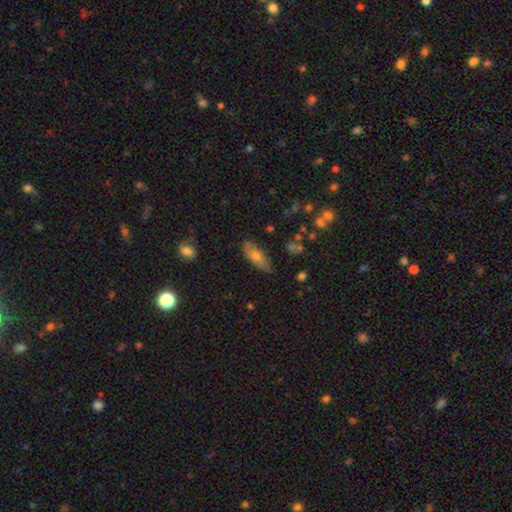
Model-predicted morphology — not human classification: smooth 59%, featured or disk 31%, star or artifact 10%. Down the decision tree: how rounded — in between (72%); merging — none (76%).